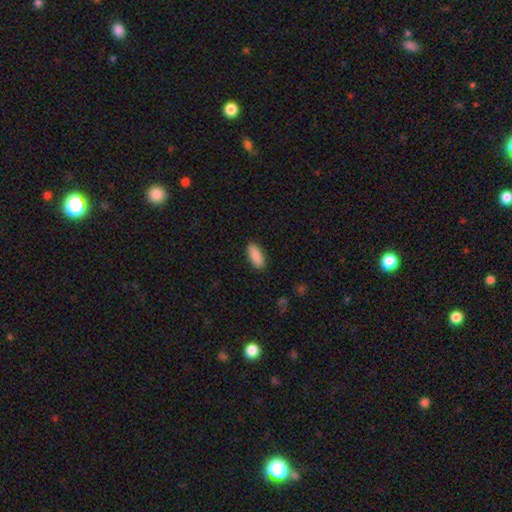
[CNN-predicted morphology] smooth_or_featured: smooth (p=0.90) [alt: star or artifact p=0.06]
how_rounded: in between (p=0.83) [alt: cigar-shaped p=0.15]
merging: none (p=0.89) [alt: minor disturbance p=0.08]